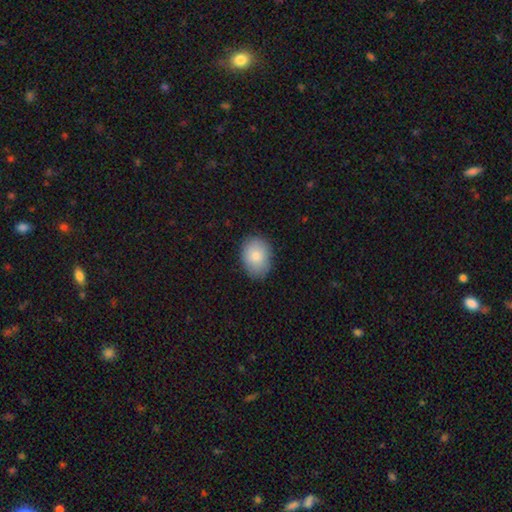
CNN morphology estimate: smooth 83%, featured or disk 10%, star or artifact 7%. Down the decision tree: how rounded — in between (68%); merging — none (83%).